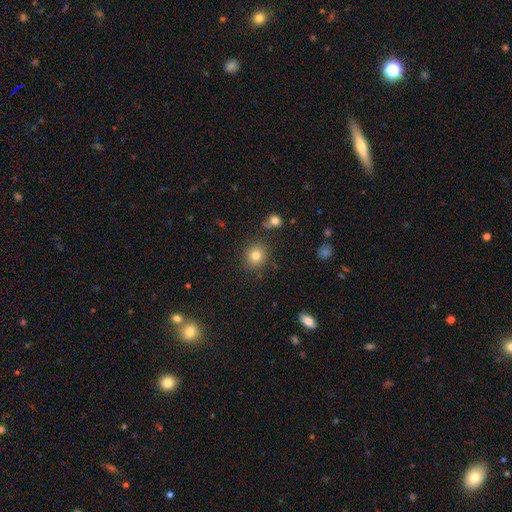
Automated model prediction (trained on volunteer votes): A smooth galaxy with no disk features (80%) that is round (83%). Merging: none (85%).